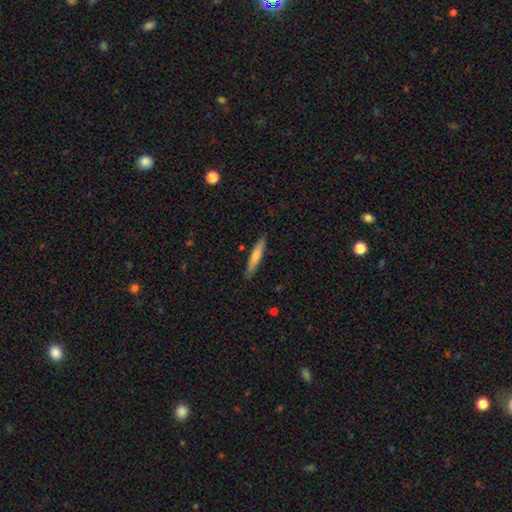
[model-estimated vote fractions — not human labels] Morphology: type=smooth (70%); roundness=cigar-shaped (89%); merging=none (85%).